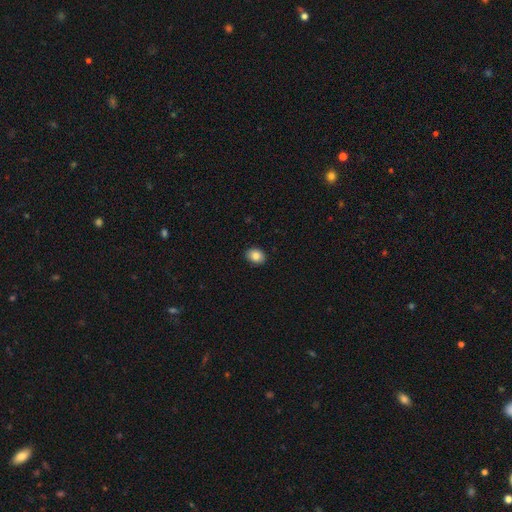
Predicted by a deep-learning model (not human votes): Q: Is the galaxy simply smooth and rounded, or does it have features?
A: smooth — 85%.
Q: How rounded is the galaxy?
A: in between — 58%.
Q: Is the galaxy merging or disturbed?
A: none — 91%.